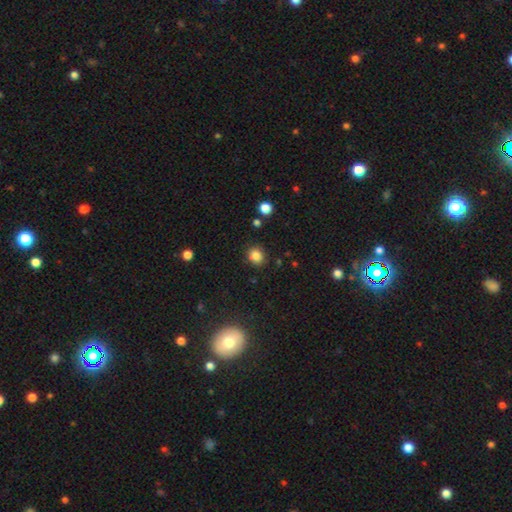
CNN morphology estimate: This appears to be a smooth galaxy with no disk features (83%) that is round (81%). Merging: none (87%).